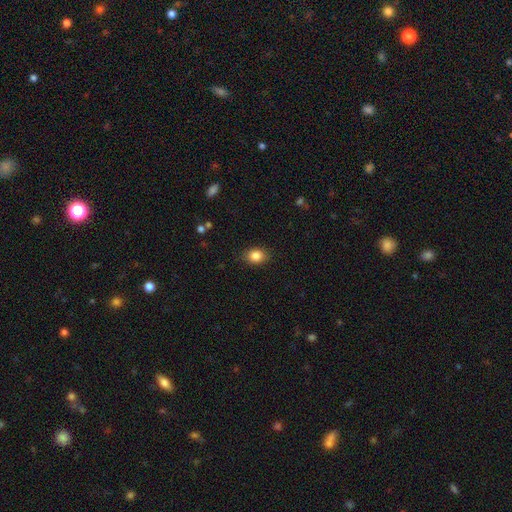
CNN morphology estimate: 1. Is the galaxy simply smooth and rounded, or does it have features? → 85% smooth, 9% star or artifact, 5% featured or disk.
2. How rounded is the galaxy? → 57% in between, 42% round, 1% cigar-shaped.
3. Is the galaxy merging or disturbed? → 84% none, 12% minor disturbance, 3% major disturbance, 1% merger.